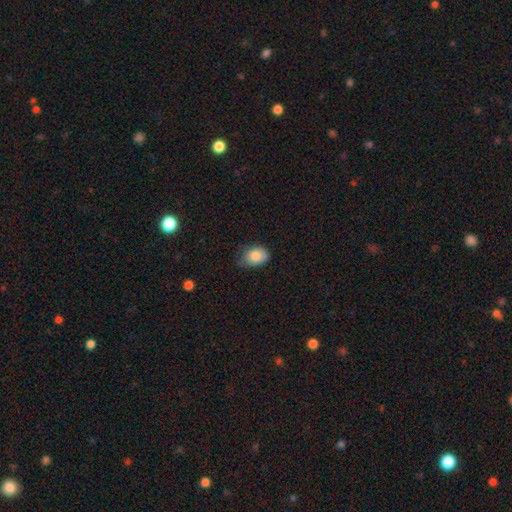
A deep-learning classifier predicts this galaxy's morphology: smooth-or-featured: smooth: 82% | featured or disk: 10% | star or artifact: 8%
  how-rounded: in between: 71% | round: 28% | cigar-shaped: 1%
  merging: none: 53% | minor disturbance: 38% | major disturbance: 8% | merger: 1%